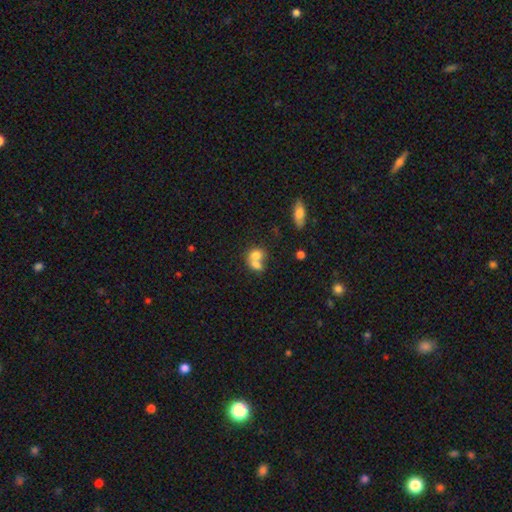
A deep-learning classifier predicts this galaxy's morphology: smooth_or_featured: smooth (p=0.72) [alt: featured or disk p=0.18]
how_rounded: in between (p=0.51) [alt: round p=0.48]
merging: merger (p=0.67) [alt: none p=0.23]